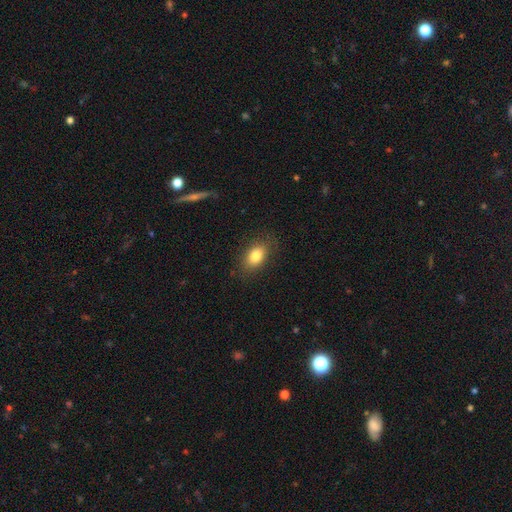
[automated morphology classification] This is clearly a smooth galaxy (82%). How rounded: clearly in between (84%). Merging: clearly none (82%).